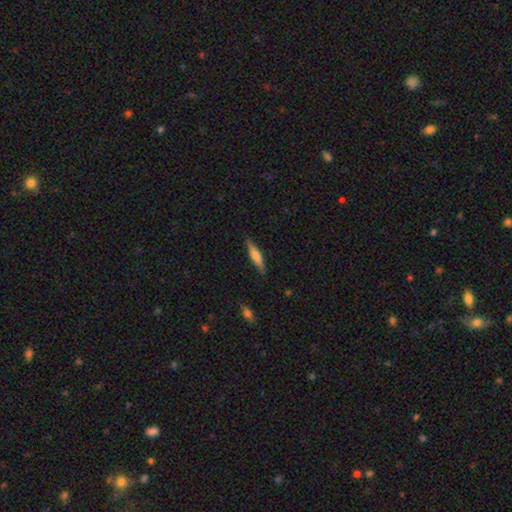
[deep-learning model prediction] Smooth or featured: smooth — 59% (featured or disk — 35%)
How rounded: cigar-shaped — 83% (in between — 16%)
Merging: none — 86% (minor disturbance — 11%)